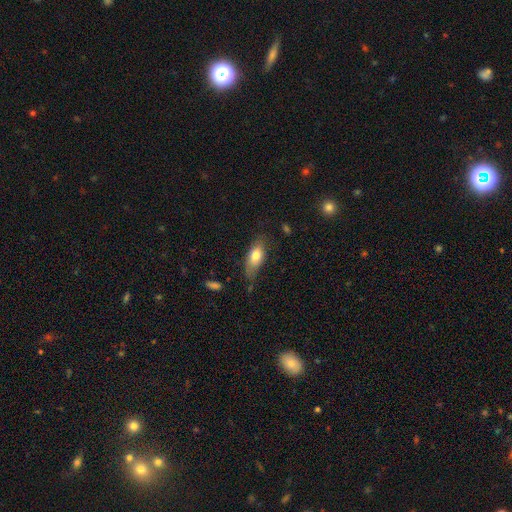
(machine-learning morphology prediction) smooth-or-featured: smooth: 75% | featured or disk: 18% | star or artifact: 7%
  how-rounded: in between: 82% | cigar-shaped: 14% | round: 4%
  merging: none: 59% | minor disturbance: 30% | major disturbance: 9% | merger: 2%